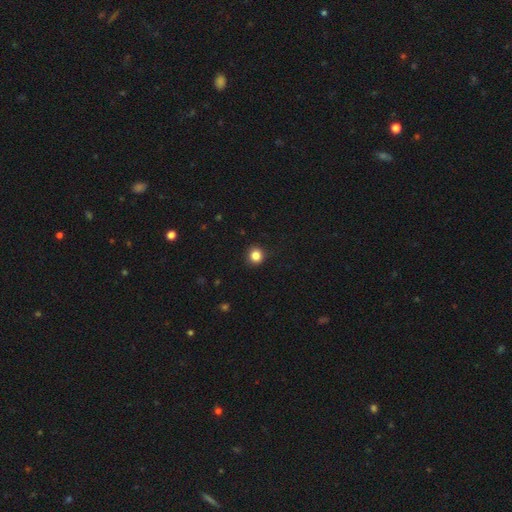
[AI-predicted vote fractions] The model was most divided on "smooth or featured": smooth: 85%, star or artifact: 11%, featured or disk: 4%. More confident: merging — none (91%); how rounded — round (90%).